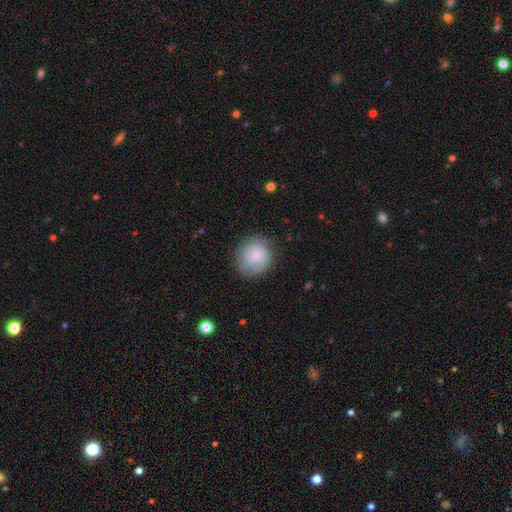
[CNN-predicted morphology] Smooth or featured? Predicted: smooth (p=0.55). How rounded? Predicted: round (p=0.88). Merging? Predicted: none (p=0.79).